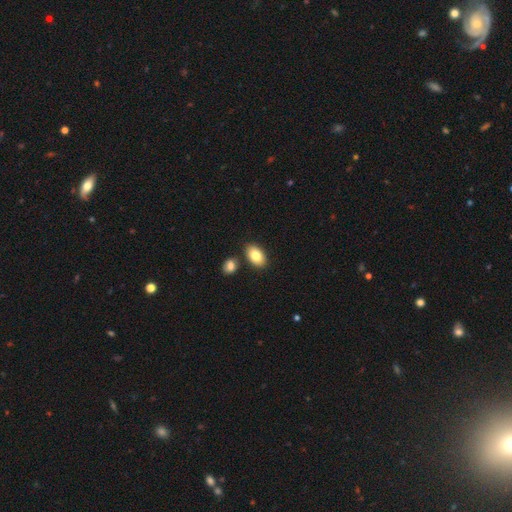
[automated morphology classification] type=smooth (84%); roundness=in between (92%); merging=none (79%).